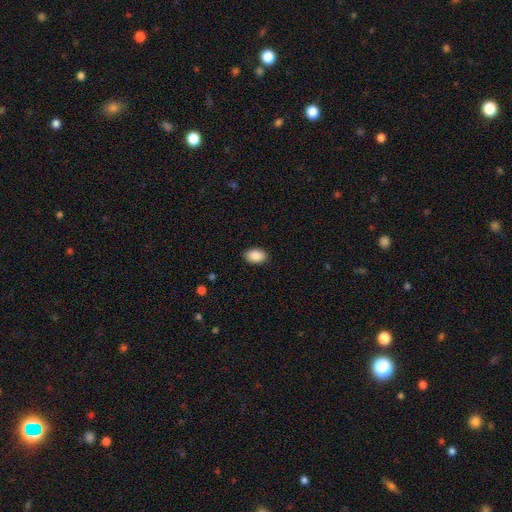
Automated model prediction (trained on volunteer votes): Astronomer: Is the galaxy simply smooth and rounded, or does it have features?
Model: smooth — 89%.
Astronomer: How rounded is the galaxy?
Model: in between — 87%.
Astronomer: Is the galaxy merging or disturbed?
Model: none — 89%.